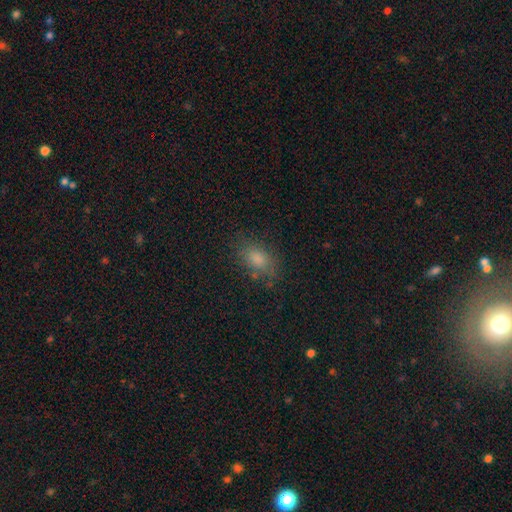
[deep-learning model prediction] smooth_or_featured: smooth (p=0.71) [alt: star or artifact p=0.19]
how_rounded: in between (p=0.73) [alt: round p=0.24]
merging: none (p=0.78) [alt: minor disturbance p=0.15]